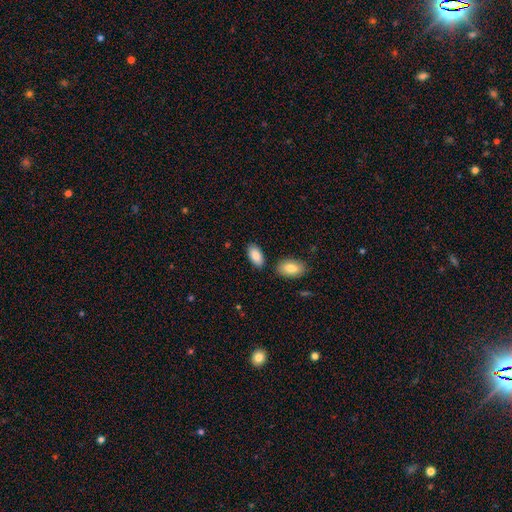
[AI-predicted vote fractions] Morphology: type=smooth (87%); roundness=in between (94%); merging=none (80%).